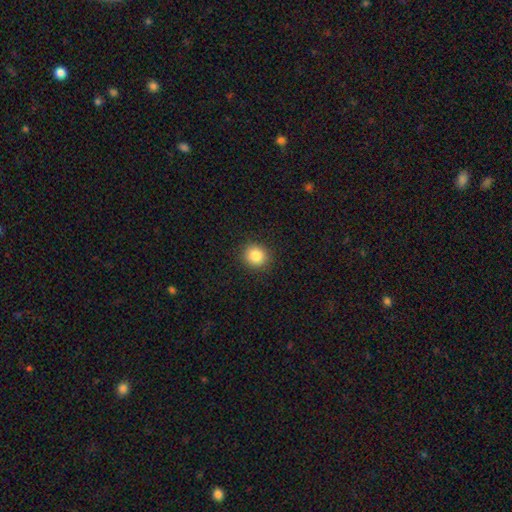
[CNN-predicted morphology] This appears to be a smooth galaxy with no disk features (85%) that is round (87%). Merging: none (91%).